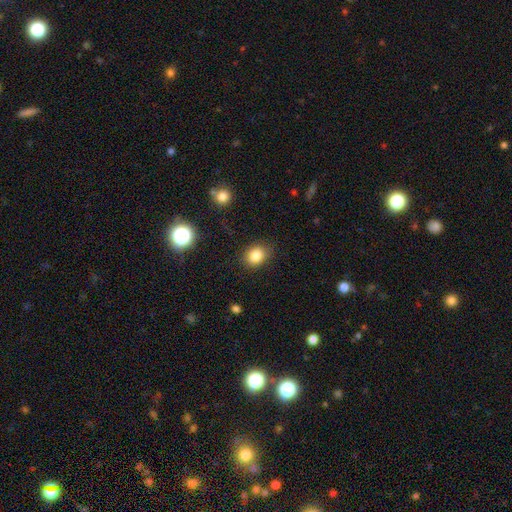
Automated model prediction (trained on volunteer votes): A smooth galaxy with no disk features (83%) that is round (50%).

Vote fractions:
- Smooth or featured? smooth: 83% / star or artifact: 11% / featured or disk: 6%
- How rounded? round: 50% / in between: 49% / cigar-shaped: 1%
- Merging? none: 84% / minor disturbance: 12% / major disturbance: 3% / merger: 2%